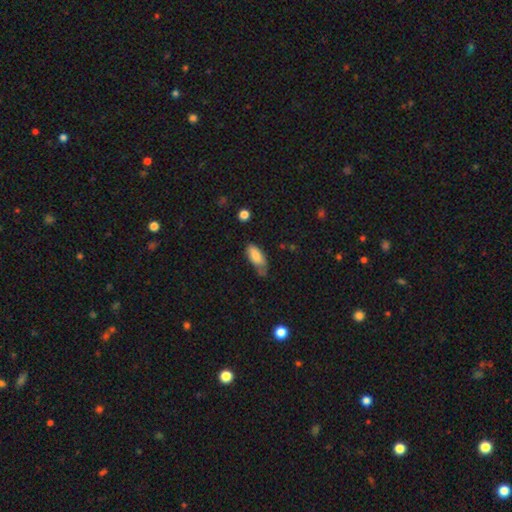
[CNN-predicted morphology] A smooth galaxy with no disk features (82%) that is in between round and cigar-shaped (85%). Merging: minor disturbance (41%).